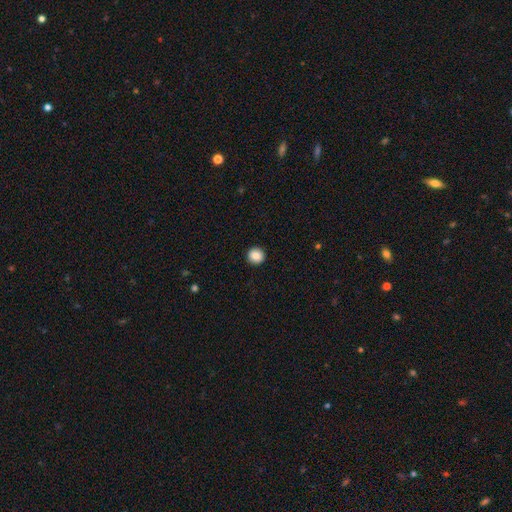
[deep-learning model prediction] A smooth galaxy with no disk features (86%) that is round (95%).

Vote fractions:
- Smooth or featured? smooth: 86% / star or artifact: 9% / featured or disk: 5%
- How rounded? round: 95% / in between: 4% / cigar-shaped: 1%
- Merging? none: 93% / minor disturbance: 4% / major disturbance: 1% / merger: 1%